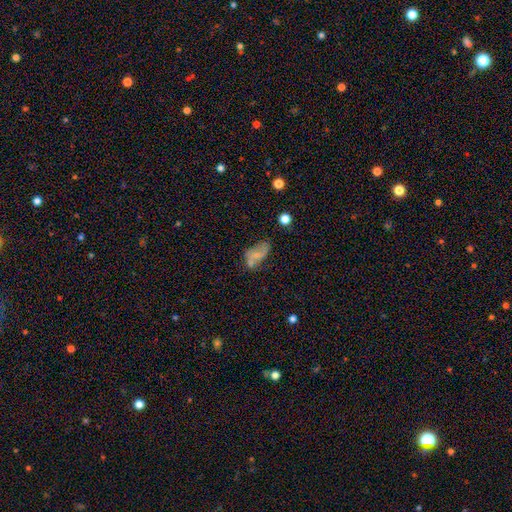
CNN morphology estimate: Smooth or featured: smooth — 52% (featured or disk — 36%)
How rounded: in between — 88% (cigar-shaped — 7%)
Merging: none — 38% (minor disturbance — 25%)